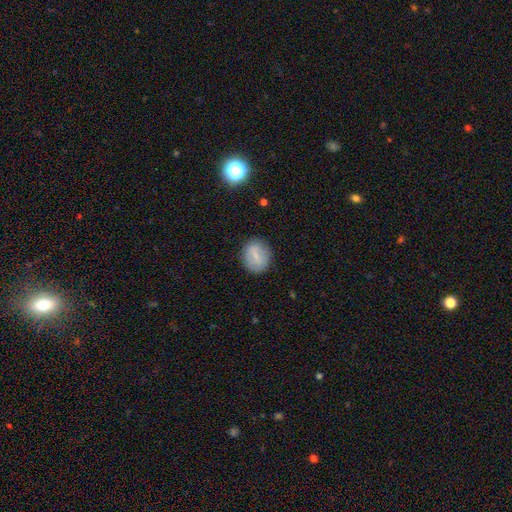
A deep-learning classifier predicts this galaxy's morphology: type=smooth (66%); roundness=round (63%); merging=none (84%).